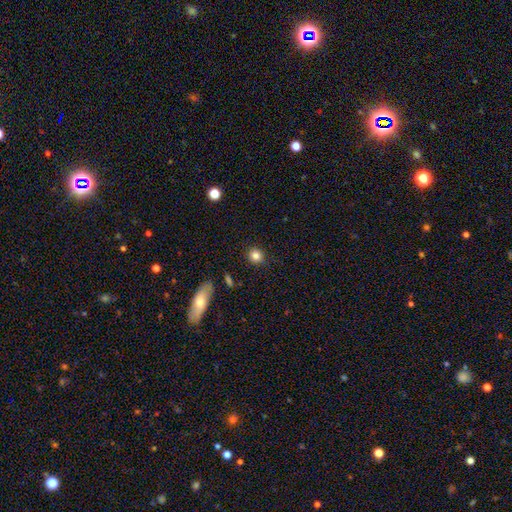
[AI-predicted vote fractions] smooth_or_featured: smooth (p=0.84) [alt: star or artifact p=0.11]
how_rounded: round (p=0.87) [alt: in between p=0.12]
merging: none (p=0.89) [alt: minor disturbance p=0.07]